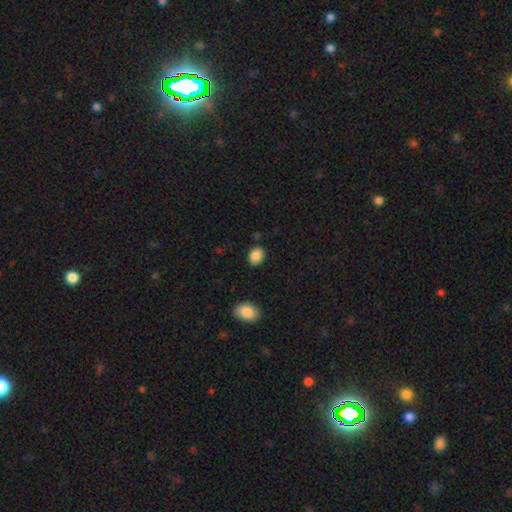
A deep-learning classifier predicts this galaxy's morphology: This appears to be a smooth galaxy with no disk features (87%) that is in between round and cigar-shaped (65%). Merging: none (85%).